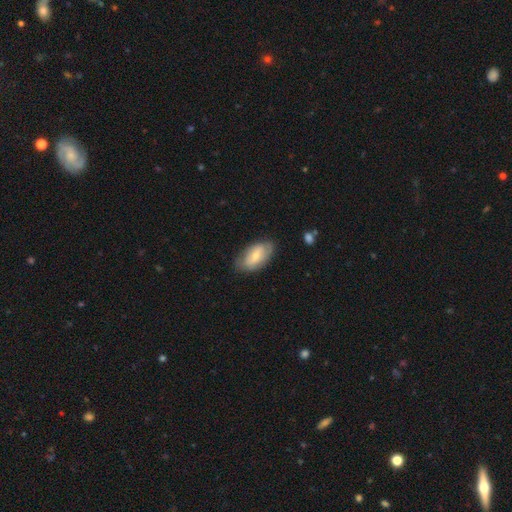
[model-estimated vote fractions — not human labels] smooth_or_featured: smooth (p=0.53) [alt: featured or disk p=0.41]
how_rounded: in between (p=0.93) [alt: round p=0.05]
merging: none (p=0.73) [alt: minor disturbance p=0.21]